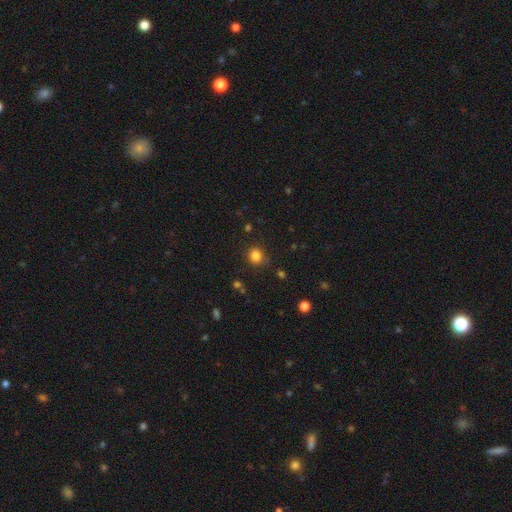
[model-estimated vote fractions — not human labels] Smooth or featured? Predicted: smooth (p=0.83). How rounded? Predicted: round (p=0.86). Merging? Predicted: none (p=0.83).